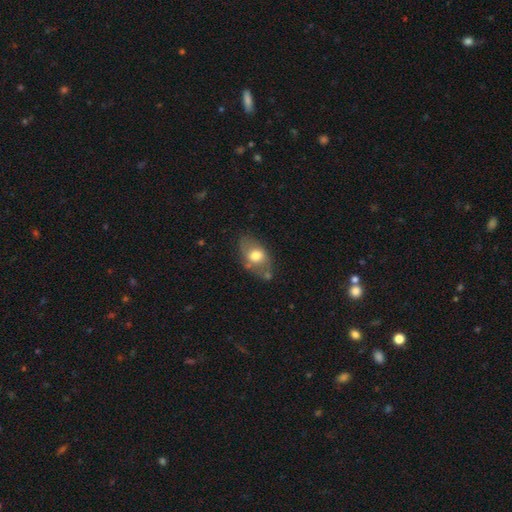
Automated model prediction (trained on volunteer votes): Smooth or featured? Predicted: smooth (p=0.64). How rounded? Predicted: in between (p=0.85). Merging? Predicted: none (p=0.59).